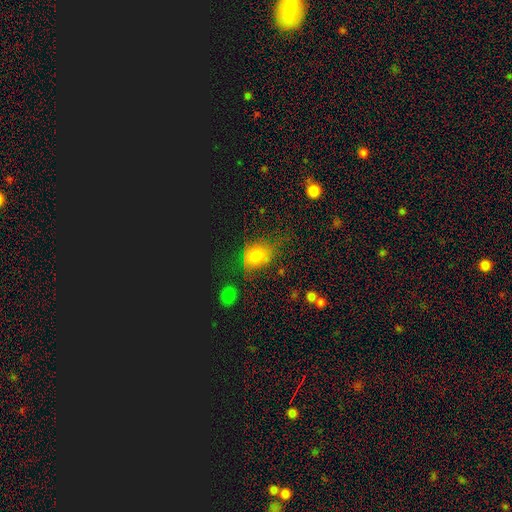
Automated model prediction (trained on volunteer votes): Q: Smooth or featured?
A: smooth (72%); runner-up: star or artifact (16%)
Q: How rounded?
A: in between (54%); runner-up: round (44%)
Q: Merging?
A: none (46%); runner-up: minor disturbance (29%)